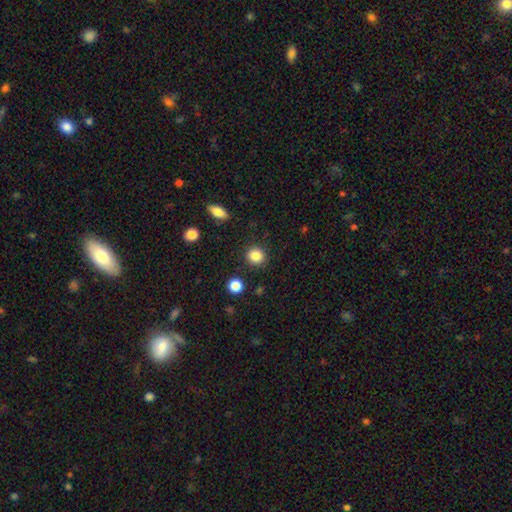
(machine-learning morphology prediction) smooth_or_featured: smooth (p=0.86) [alt: star or artifact p=0.10]
how_rounded: round (p=0.86) [alt: in between p=0.13]
merging: none (p=0.89) [alt: minor disturbance p=0.07]